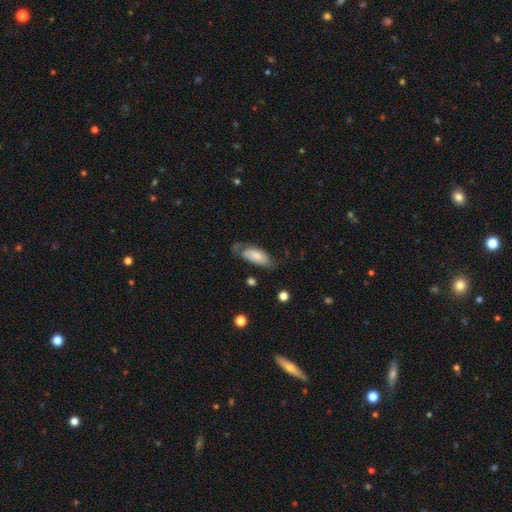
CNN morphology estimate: smooth-or-featured: smooth: 72% | featured or disk: 21% | star or artifact: 6%
  how-rounded: in between: 83% | cigar-shaped: 15% | round: 2%
  merging: none: 49% | minor disturbance: 32% | major disturbance: 16% | merger: 3%